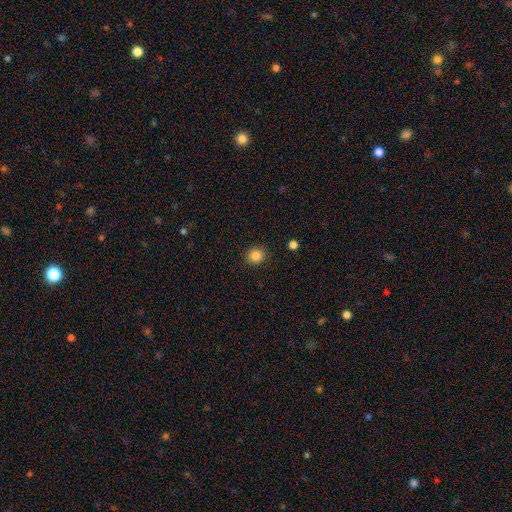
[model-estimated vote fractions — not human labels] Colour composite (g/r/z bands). It shows a smooth galaxy with no disk features (85%) that is round (85%). Merging: none (90%).